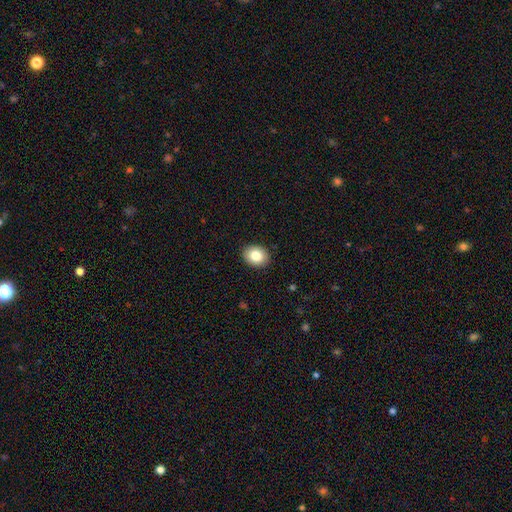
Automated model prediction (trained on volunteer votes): A smooth galaxy with no disk features (83%) that is in between round and cigar-shaped (53%). Merging: none (89%).